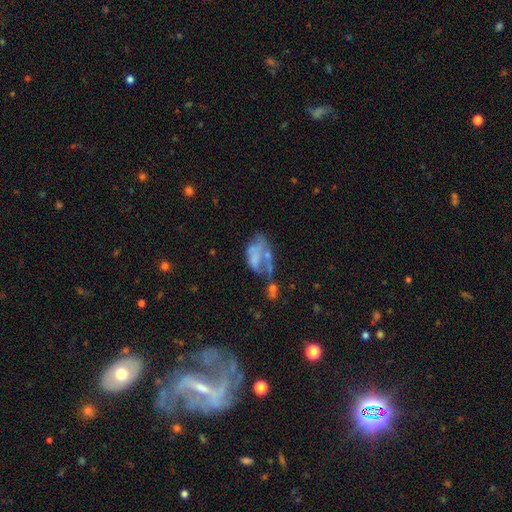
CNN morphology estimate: A featured or disk galaxy (52%) with no bar (84%), no spiral arms (80%) and no central bulge (68%).

Vote fractions:
- Smooth or featured? featured or disk: 52% / smooth: 35% / star or artifact: 13%
- Edge-on disk? no: 96% / yes: 4%
- Bar? no: 84% / weak: 12% / strong: 4%
- Spiral arms? no: 80% / yes: 20%
- Bulge size? none: 68% / small: 14% / moderate: 12% / large: 5% / dominant: 2%
- Merging? major disturbance: 38% / merger: 28% / none: 18% / minor disturbance: 16%